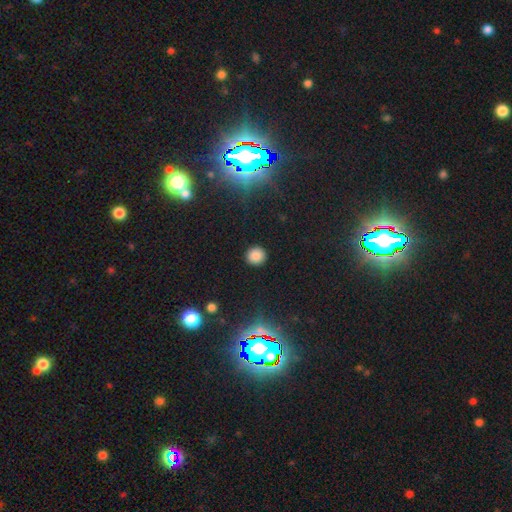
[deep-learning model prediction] Smooth or featured? Predicted: smooth (p=0.84). How rounded? Predicted: round (p=0.92). Merging? Predicted: none (p=0.91).